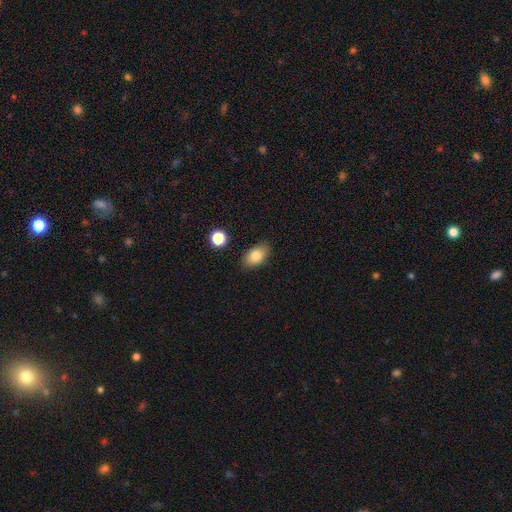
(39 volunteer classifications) Smooth or featured?
  - smooth: 72% *
  - featured or disk: 23%
  - star or artifact: 5%
How rounded?
  - in between: 96% *
  - round: 4%
  - cigar-shaped: 0%
Merging?
  - none: 89% *
  - minor disturbance: 11%
  - major disturbance: 0%
  - merger: 0%